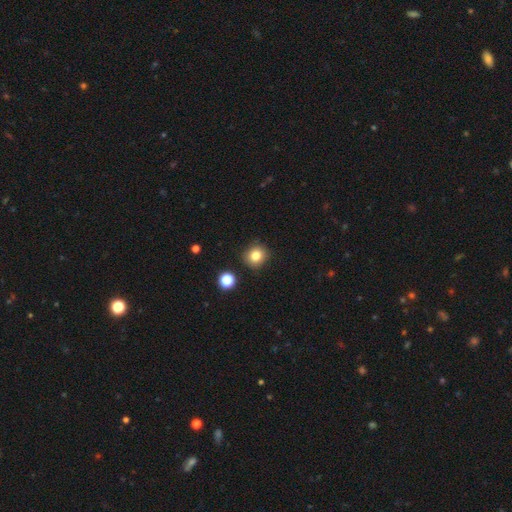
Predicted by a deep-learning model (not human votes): This is clearly a smooth galaxy (82%). How rounded: clearly round (89%). Merging: clearly none (89%).